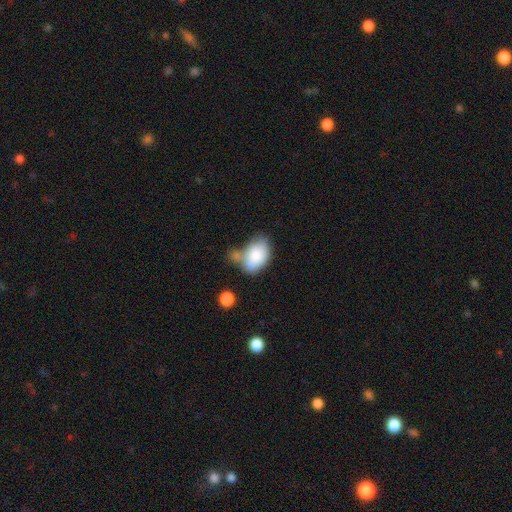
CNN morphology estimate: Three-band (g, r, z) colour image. It shows a smooth galaxy with no disk features (79%) that is in between round and cigar-shaped (86%). Merging: none (34%).